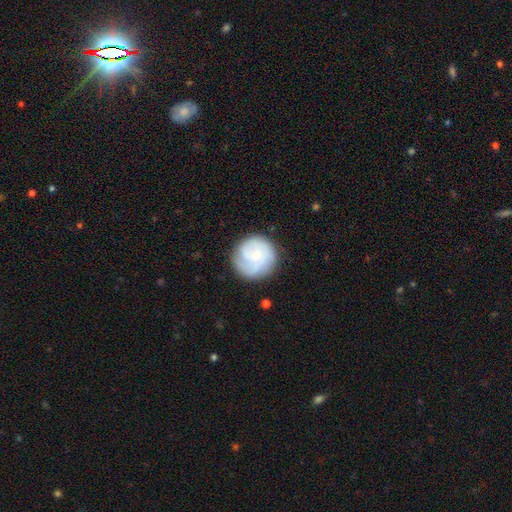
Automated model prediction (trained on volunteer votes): Q: Smooth or featured?
A: featured or disk (56%); runner-up: smooth (38%)
Q: Edge-on disk?
A: no (98%); runner-up: yes (2%)
Q: Bar?
A: no (74%); runner-up: weak (23%)
Q: Spiral arms?
A: yes (85%); runner-up: no (15%)
Q: Bulge size?
A: small (61%); runner-up: moderate (30%)
Q: Merging?
A: none (76%); runner-up: minor disturbance (16%)